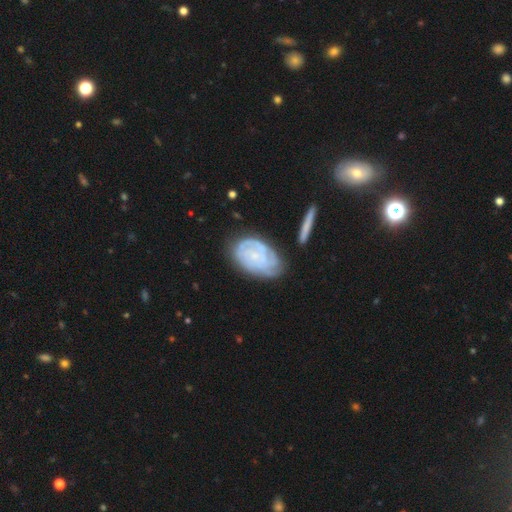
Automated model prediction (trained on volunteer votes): This is likely a featured or disk galaxy (72%). It is clearly not viewed edge-on (95%). Bar: likely no (71%). Spiral arm pattern: clearly yes (90%). Spiral arm count: marginally can't tell (44%). Spiral winding: likely tight (70%). Central bulge: likely small (70%). Merging: likely none (64%).